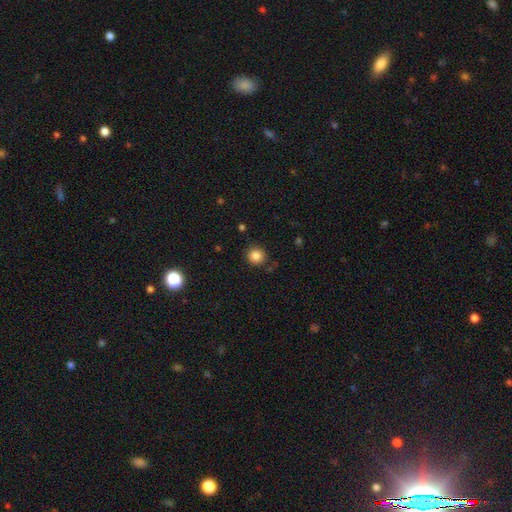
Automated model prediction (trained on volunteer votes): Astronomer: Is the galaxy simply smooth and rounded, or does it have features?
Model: smooth — 85%.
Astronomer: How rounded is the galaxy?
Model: round — 91%.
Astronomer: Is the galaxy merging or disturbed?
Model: none — 85%.